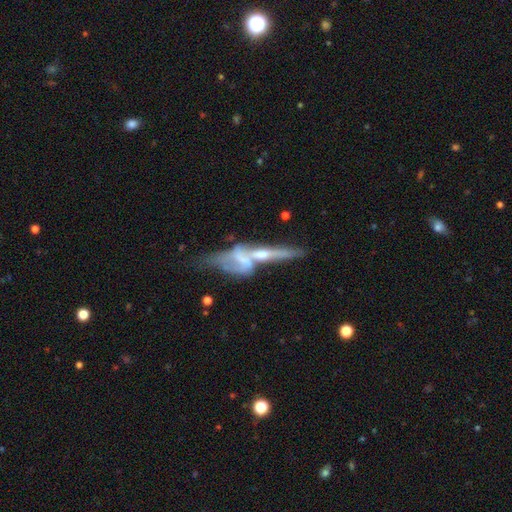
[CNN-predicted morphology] A featured or disk galaxy (67%) viewed edge-on (63%).

Vote fractions:
- Smooth or featured? featured or disk: 67% / smooth: 23% / star or artifact: 9%
- Edge-on disk? yes: 63% / no: 37%
- Merging? merger: 58% / none: 19% / major disturbance: 13% / minor disturbance: 10%